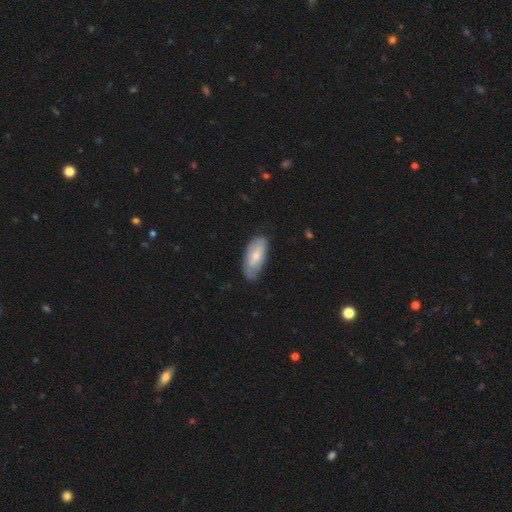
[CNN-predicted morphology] A smooth galaxy with no disk features (66%) that is in between round and cigar-shaped (89%). Merging: none (67%).